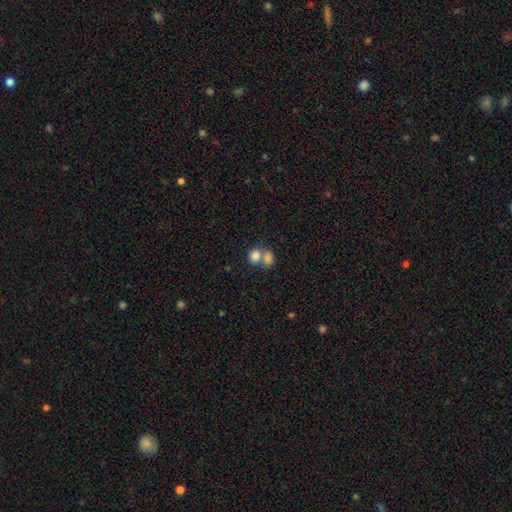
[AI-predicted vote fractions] Morphology: type=smooth (80%); roundness=in between (53%); merging=merger (62%).